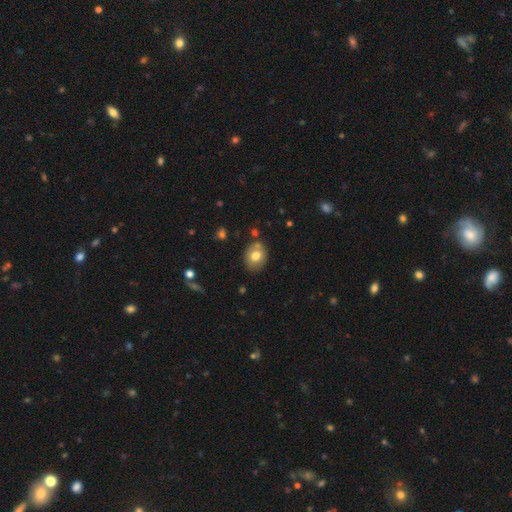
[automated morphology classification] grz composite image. It shows a smooth galaxy with no disk features (74%) that is in between round and cigar-shaped (53%). Merging: none (74%).